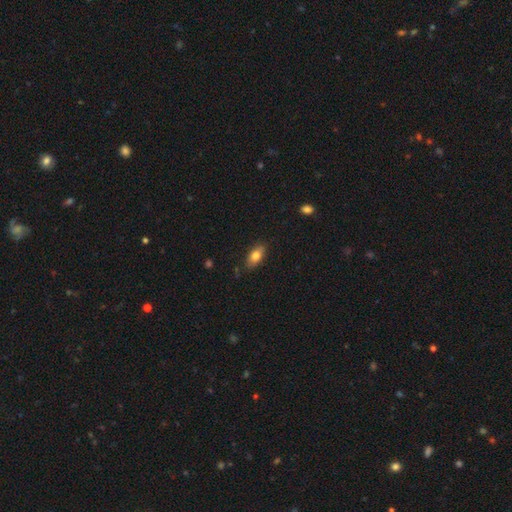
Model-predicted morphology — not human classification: The model was most divided on "smooth or featured": smooth: 77%, featured or disk: 16%, star or artifact: 7%. More confident: how rounded — in between (86%); merging — none (81%).